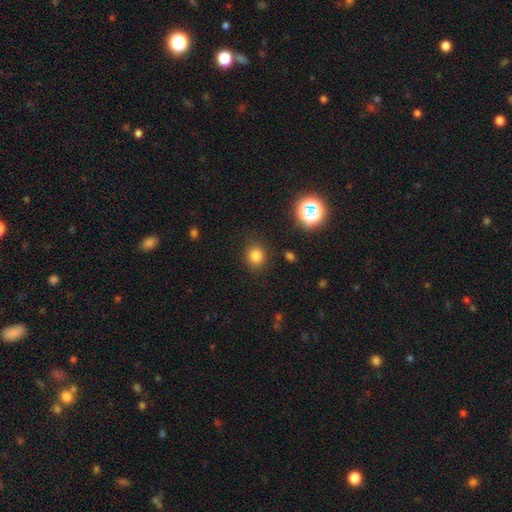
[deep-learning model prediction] This appears to be a smooth galaxy with no disk features (81%) that is round (82%). Merging: none (87%).